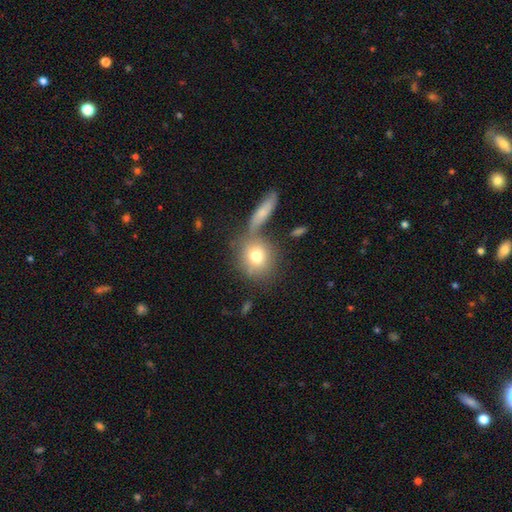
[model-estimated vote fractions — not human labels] Smooth or featured?
  - smooth: 74% *
  - featured or disk: 17%
  - star or artifact: 10%
How rounded?
  - round: 79% *
  - in between: 18%
  - cigar-shaped: 2%
Merging?
  - none: 57% *
  - merger: 24%
  - minor disturbance: 12%
  - major disturbance: 7%